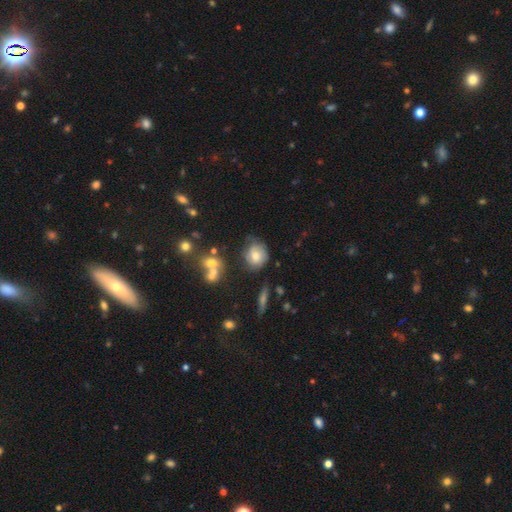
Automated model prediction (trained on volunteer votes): This is likely a smooth galaxy (65%). How rounded: likely round (72%). Merging: possibly none (57%).